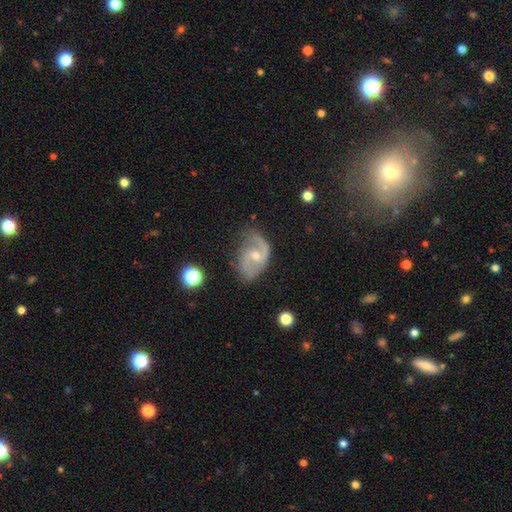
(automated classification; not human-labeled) This is clearly a featured or disk galaxy (81%). It is clearly not viewed edge-on (96%). Bar: possibly no (52%). Spiral arm pattern: clearly yes (92%). Spiral arm count: likely 2 (77%). Spiral winding: marginally medium (41%, tied with loose). Central bulge: possibly small (56%). Merging: likely none (61%).